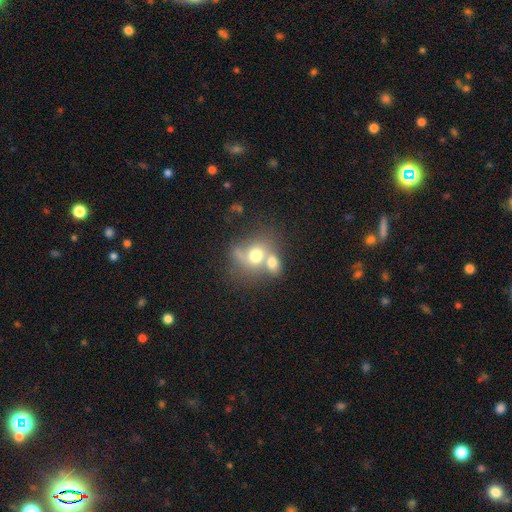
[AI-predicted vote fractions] Smooth or featured?
  - smooth: 63% *
  - featured or disk: 26%
  - star or artifact: 10%
How rounded?
  - round: 57% *
  - in between: 42%
  - cigar-shaped: 1%
Merging?
  - merger: 65% *
  - none: 19%
  - minor disturbance: 8%
  - major disturbance: 8%